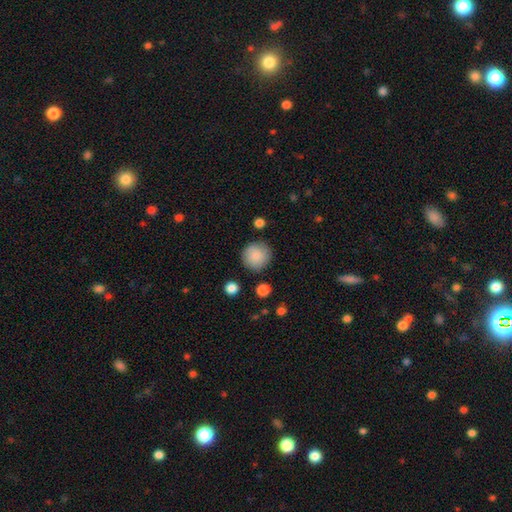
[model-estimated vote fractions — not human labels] A smooth galaxy with no disk features (87%) that is round (94%). Merging: none (85%).